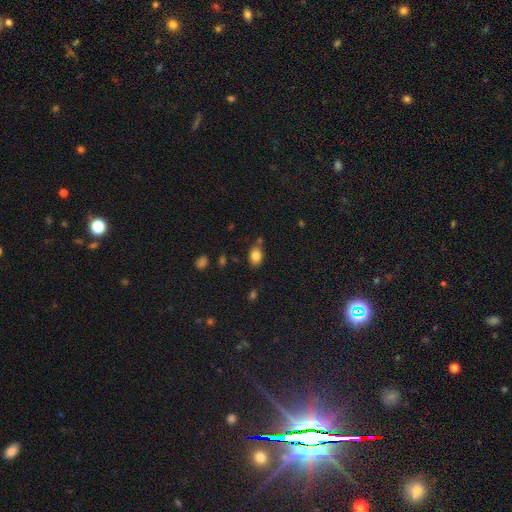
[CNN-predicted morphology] A smooth galaxy with no disk features (82%) that is in between round and cigar-shaped (80%). Merging: none (73%).